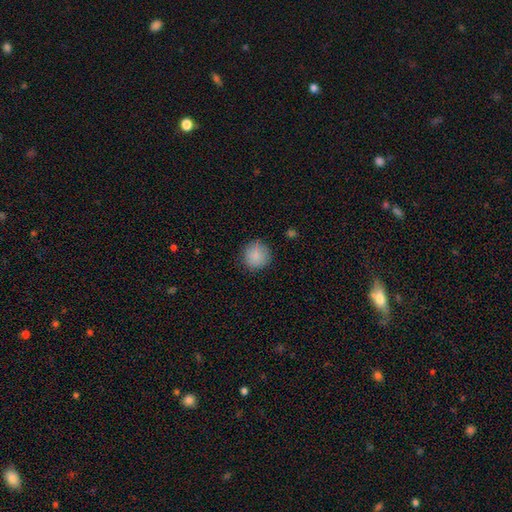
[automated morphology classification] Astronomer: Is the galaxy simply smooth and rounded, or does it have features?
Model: smooth — 86%.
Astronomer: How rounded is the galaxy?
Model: round — 93%.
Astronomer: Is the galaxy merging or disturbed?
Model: none — 86%.